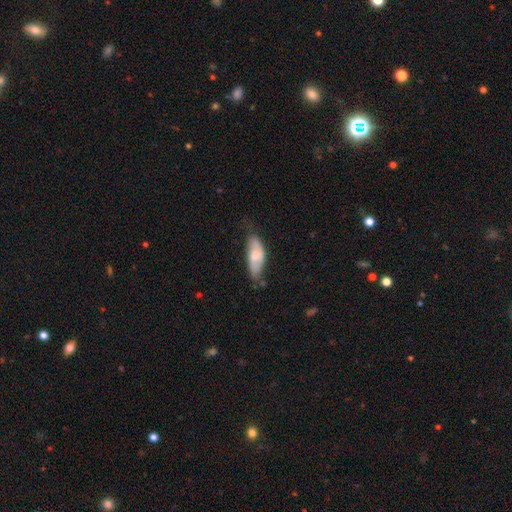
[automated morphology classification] A smooth galaxy with no disk features (64%) that is in between round and cigar-shaped (76%).

Vote fractions:
- Smooth or featured? smooth: 64% / featured or disk: 30% / star or artifact: 6%
- How rounded? in between: 76% / cigar-shaped: 22% / round: 2%
- Merging? none: 50% / minor disturbance: 37% / major disturbance: 10% / merger: 3%